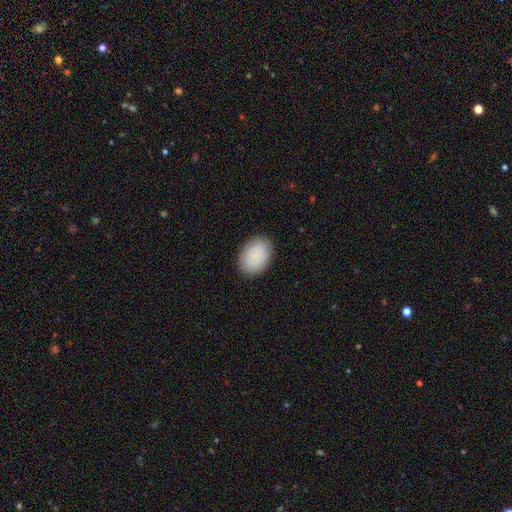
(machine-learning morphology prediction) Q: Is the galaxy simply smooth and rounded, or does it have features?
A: smooth — 85%.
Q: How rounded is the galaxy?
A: in between — 81%.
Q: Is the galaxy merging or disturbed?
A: none — 87%.